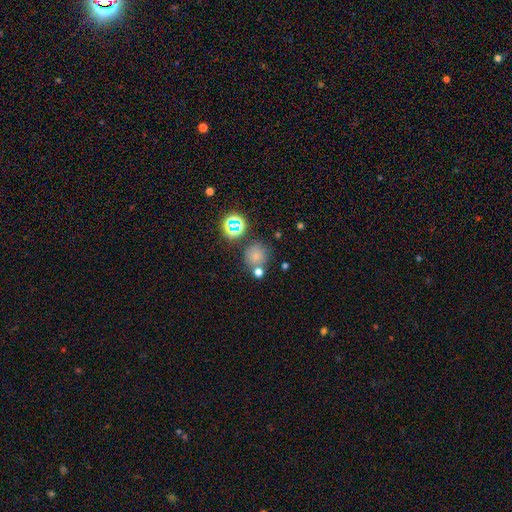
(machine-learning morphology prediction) Smooth or featured? Predicted: smooth (p=0.68). How rounded? Predicted: round (p=0.86). Merging? Predicted: none (p=0.65).